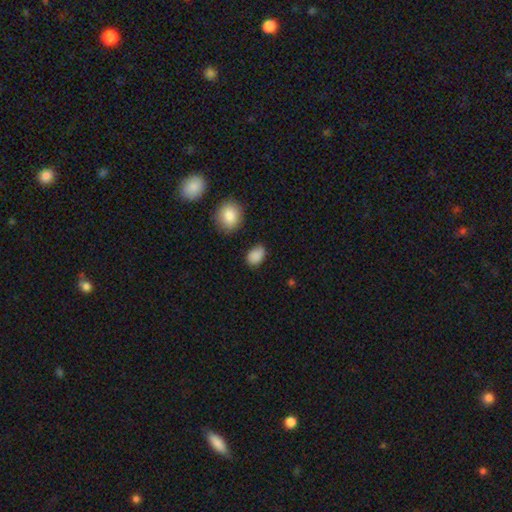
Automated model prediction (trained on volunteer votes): A smooth galaxy with no disk features (86%) that is in between round and cigar-shaped (80%).

Vote fractions:
- Smooth or featured? smooth: 86% / star or artifact: 9% / featured or disk: 5%
- How rounded? in between: 80% / round: 18% / cigar-shaped: 1%
- Merging? none: 71% / minor disturbance: 22% / major disturbance: 4% / merger: 3%